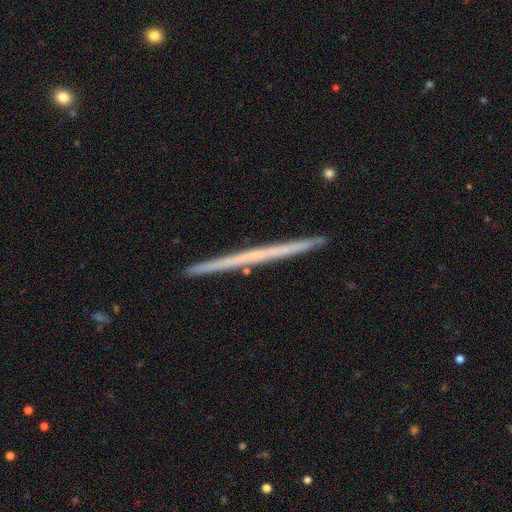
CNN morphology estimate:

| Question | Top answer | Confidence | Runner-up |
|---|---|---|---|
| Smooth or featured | featured or disk | 64% | smooth (30%) |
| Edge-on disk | yes | 98% | no (2%) |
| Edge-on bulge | none | 88% | rounded (9%) |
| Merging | none | 92% | minor disturbance (6%) |